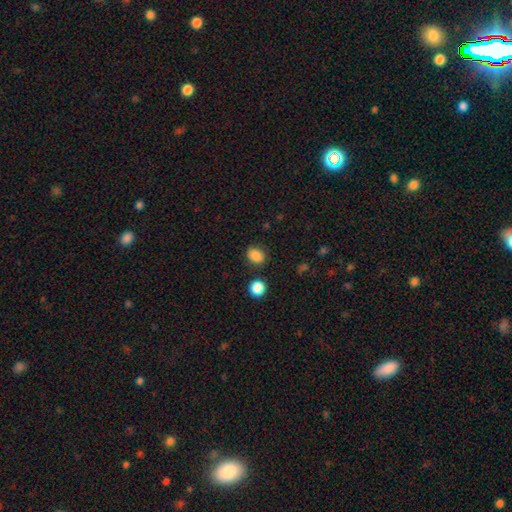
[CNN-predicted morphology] Smooth or featured?
  - smooth: 86% *
  - star or artifact: 11%
  - featured or disk: 4%
How rounded?
  - in between: 58% *
  - round: 41%
  - cigar-shaped: 1%
Merging?
  - none: 83% *
  - minor disturbance: 11%
  - merger: 3%
  - major disturbance: 3%